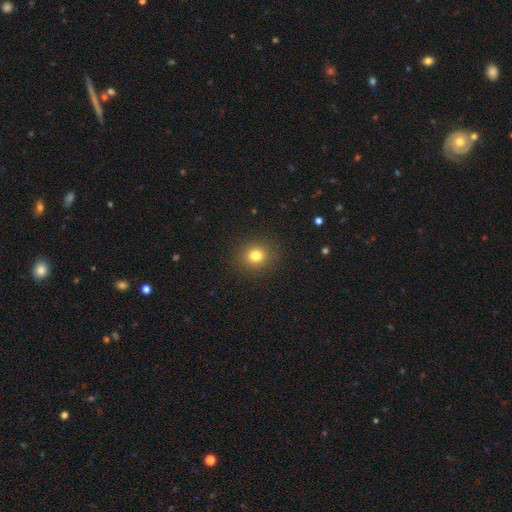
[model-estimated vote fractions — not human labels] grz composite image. It shows a smooth galaxy with no disk features (79%) that is round (82%). Merging: none (89%).